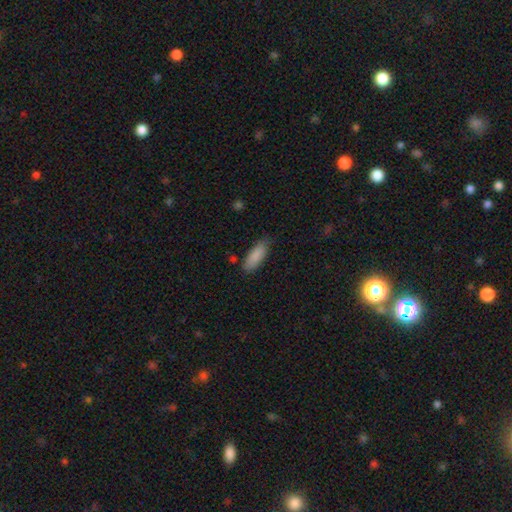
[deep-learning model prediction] Q: Smooth or featured?
A: smooth (87%); runner-up: featured or disk (7%)
Q: How rounded?
A: in between (67%); runner-up: cigar-shaped (31%)
Q: Merging?
A: none (75%); runner-up: minor disturbance (19%)